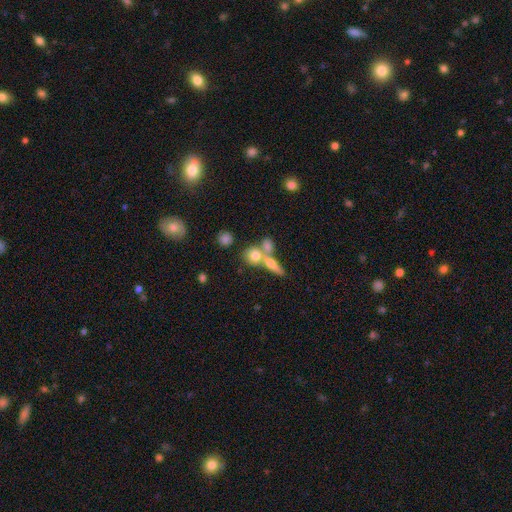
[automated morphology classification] Q: Smooth or featured?
A: smooth (67%); runner-up: featured or disk (22%)
Q: How rounded?
A: round (54%); runner-up: in between (34%)
Q: Merging?
A: merger (47%); runner-up: none (40%)